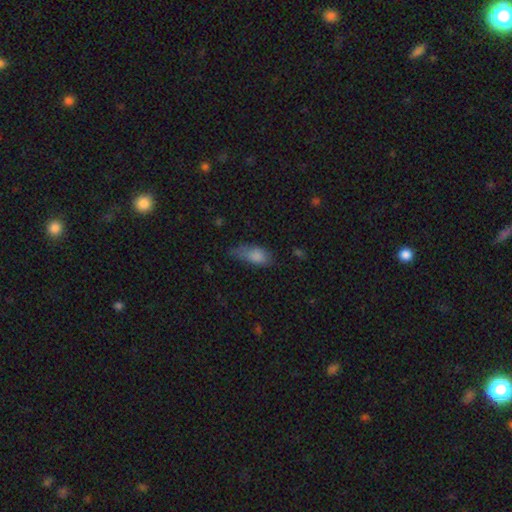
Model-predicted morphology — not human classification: smooth-or-featured: smooth: 81% | featured or disk: 10% | star or artifact: 9%
  how-rounded: in between: 83% | cigar-shaped: 12% | round: 4%
  merging: minor disturbance: 40% | none: 35% | major disturbance: 22% | merger: 3%